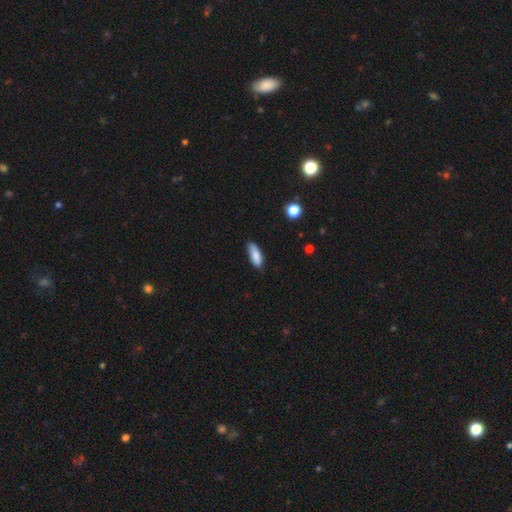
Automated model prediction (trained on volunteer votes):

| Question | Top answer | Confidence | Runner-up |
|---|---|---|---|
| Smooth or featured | smooth | 84% | featured or disk (9%) |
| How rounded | in between | 66% | cigar-shaped (32%) |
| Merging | none | 73% | minor disturbance (22%) |